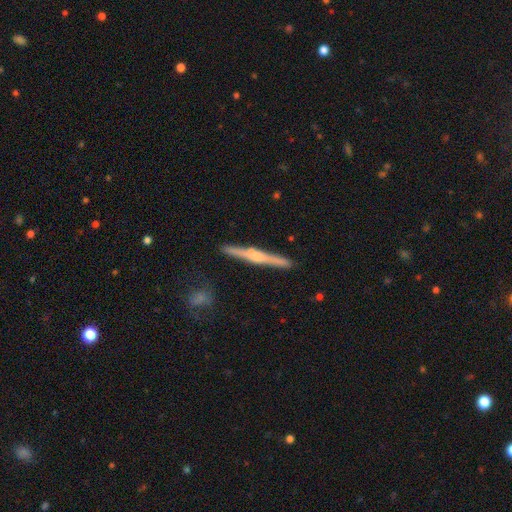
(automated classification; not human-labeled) Smooth or featured? Predicted: featured or disk (p=0.65). Edge-on disk? Predicted: yes (p=0.97). Edge-on bulge? Predicted: rounded (p=0.66). Merging? Predicted: none (p=0.86).